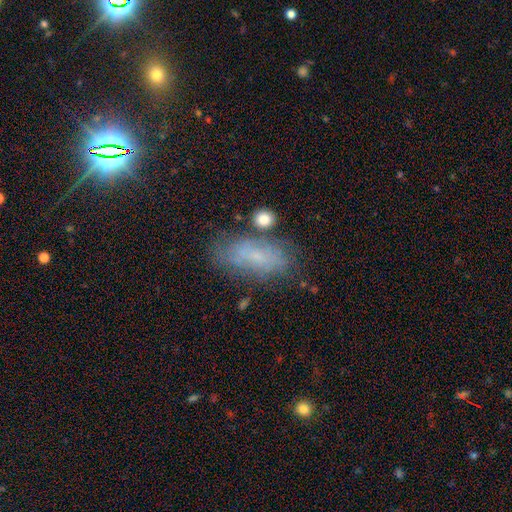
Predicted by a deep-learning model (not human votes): This is possibly a smooth galaxy (51%). How rounded: clearly in between (85%). Merging: likely none (62%).